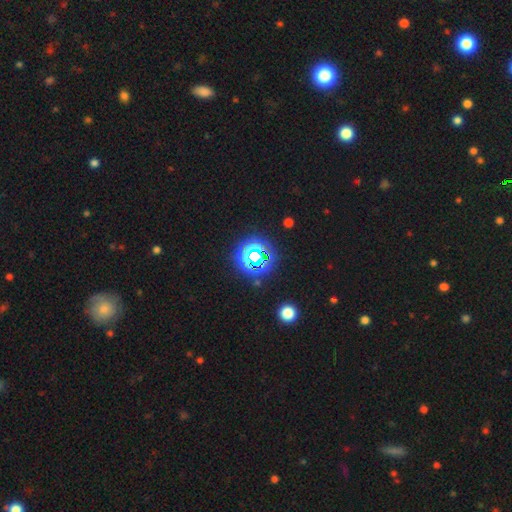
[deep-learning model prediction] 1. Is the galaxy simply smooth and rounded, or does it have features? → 70% star or artifact, 18% smooth, 12% featured or disk.